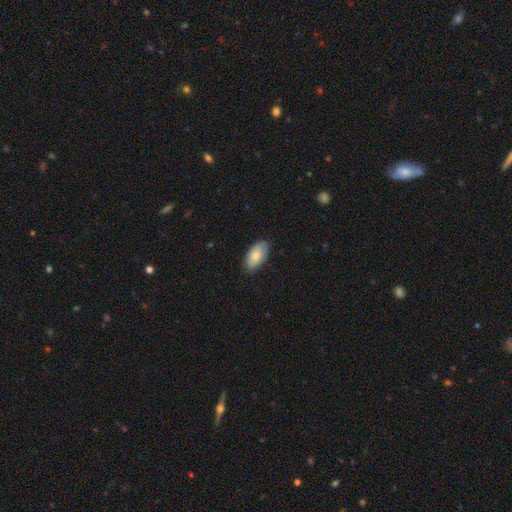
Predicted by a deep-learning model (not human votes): Smooth or featured? Predicted: smooth (p=0.80). How rounded? Predicted: in between (p=0.94). Merging? Predicted: none (p=0.83).